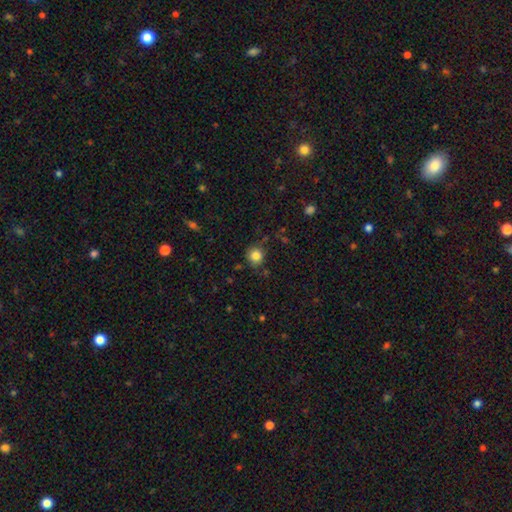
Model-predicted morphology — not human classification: Smooth or featured: smooth — 84% (star or artifact — 11%)
How rounded: round — 88% (in between — 11%)
Merging: none — 78% (minor disturbance — 15%)